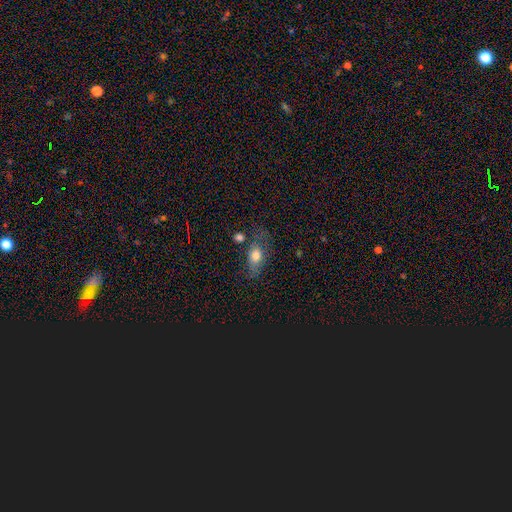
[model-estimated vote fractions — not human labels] Smooth or featured?
  - smooth: 74% *
  - featured or disk: 17%
  - star or artifact: 9%
How rounded?
  - in between: 78% *
  - round: 15%
  - cigar-shaped: 6%
Merging?
  - none: 52% *
  - minor disturbance: 26%
  - major disturbance: 14%
  - merger: 8%